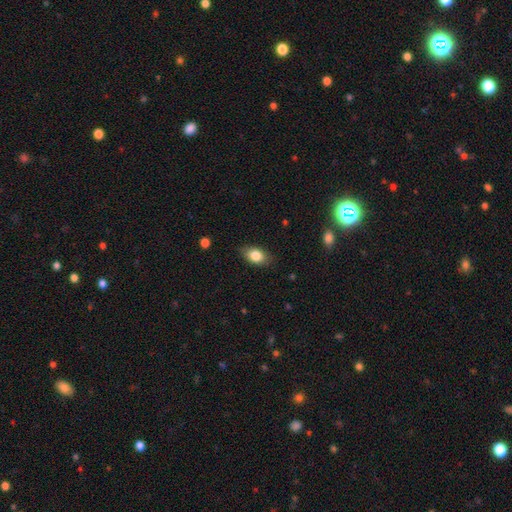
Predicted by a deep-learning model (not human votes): The model was most divided on "merging": none: 82%, minor disturbance: 14%, major disturbance: 3%, merger: 1%. More confident: how rounded — in between (84%); smooth or featured — smooth (83%).